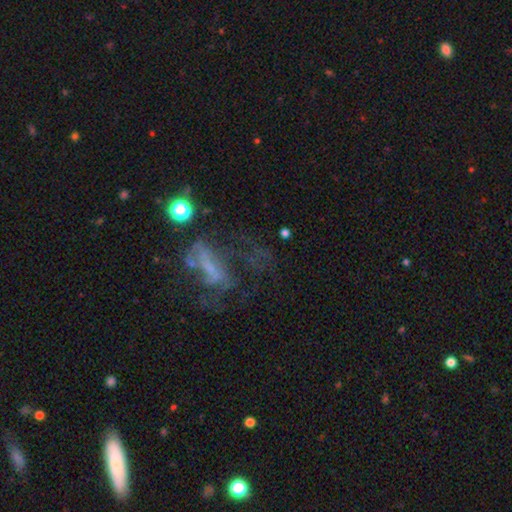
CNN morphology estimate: featured or disk 47%, star or artifact 31%, smooth 22%. Down the decision tree: merging — major disturbance (41%).